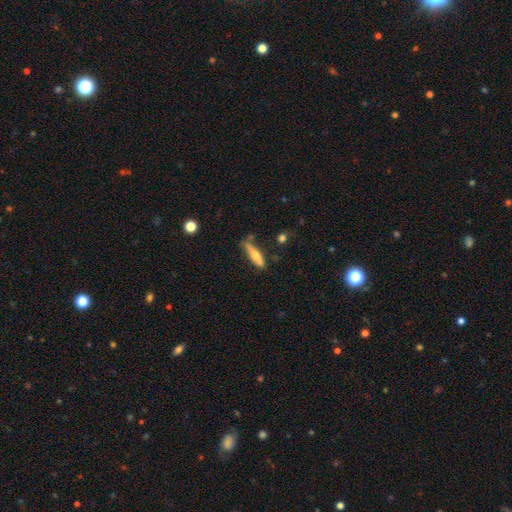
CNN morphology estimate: Smooth or featured: smooth — 59% (featured or disk — 35%)
How rounded: cigar-shaped — 80% (in between — 18%)
Merging: none — 67% (minor disturbance — 22%)